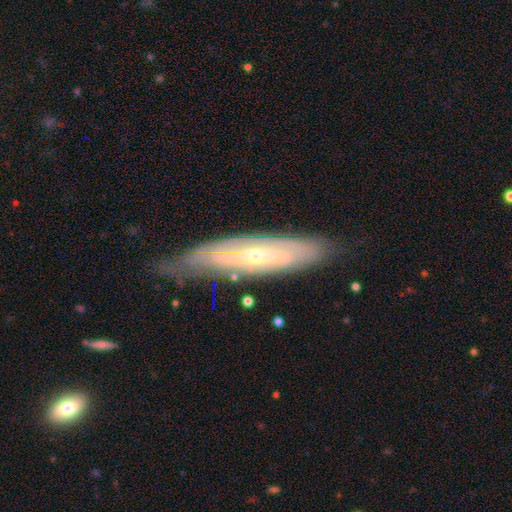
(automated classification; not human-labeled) smooth-or-featured: featured or disk: 78% | smooth: 16% | star or artifact: 6%
  disk-edge-on: no: 65% | yes: 35%
    bar: no: 45% | weak: 34% | strong: 20%
    has-spiral-arms: yes: 83% | no: 17%
    bulge-size: small: 70% | moderate: 26% | none: 1% | large: 1% | dominant: 1%
  merging: none: 71% | minor disturbance: 22% | major disturbance: 5% | merger: 2%